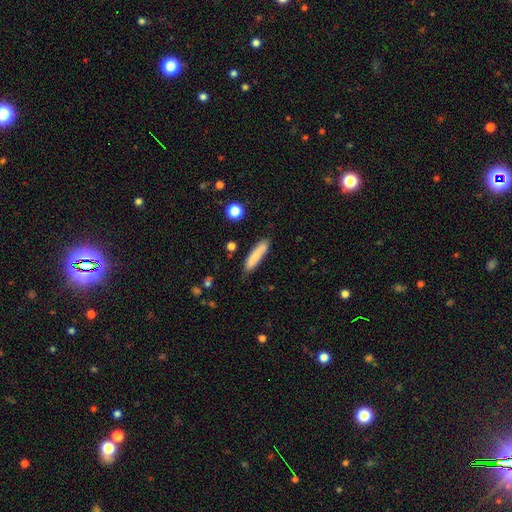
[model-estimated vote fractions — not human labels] A smooth galaxy with no disk features (81%) that is cigar-shaped (82%). Merging: none (79%).